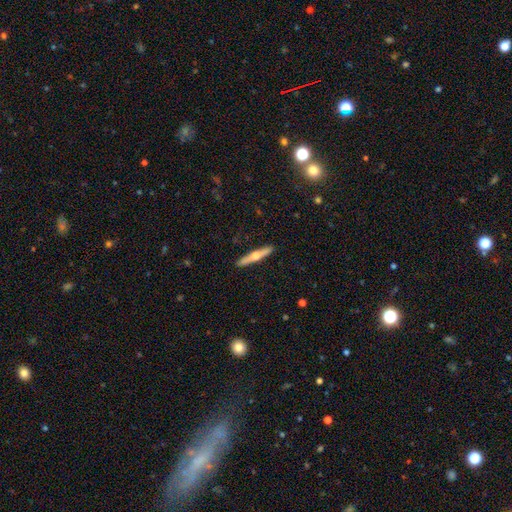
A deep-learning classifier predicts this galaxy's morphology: Smooth or featured: featured or disk — 56% (smooth — 38%)
Edge-on disk: yes — 96% (no — 4%)
Edge-on bulge: rounded — 88% (none — 8%)
Merging: none — 91% (minor disturbance — 7%)